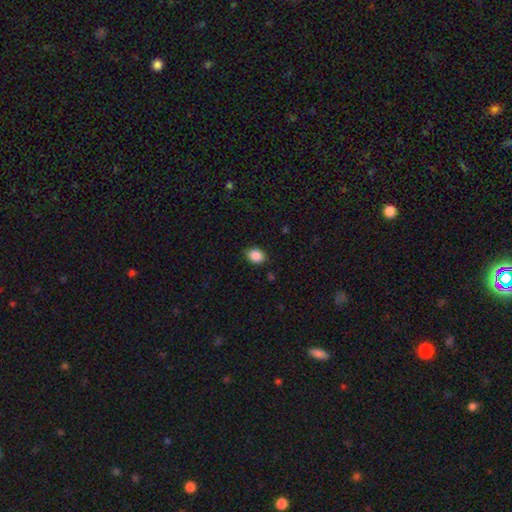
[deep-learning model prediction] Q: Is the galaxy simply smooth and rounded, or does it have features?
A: smooth — 87%.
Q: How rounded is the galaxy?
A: in between — 58%.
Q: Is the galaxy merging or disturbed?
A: none — 83%.